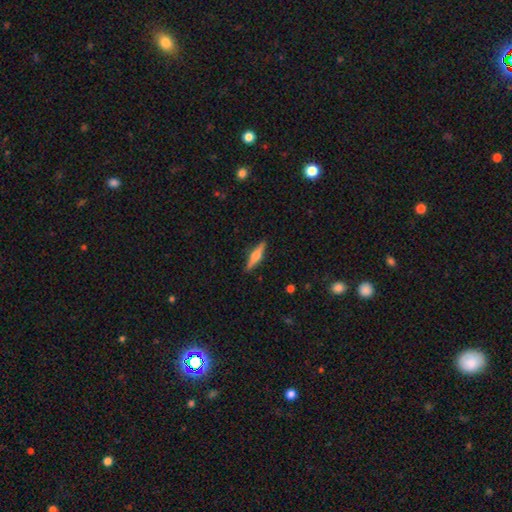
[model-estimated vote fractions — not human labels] featured or disk 63%, smooth 32%, star or artifact 6%. Down the decision tree: edge-on disk — yes (97%); edge-on bulge — rounded (92%); merging — none (90%).